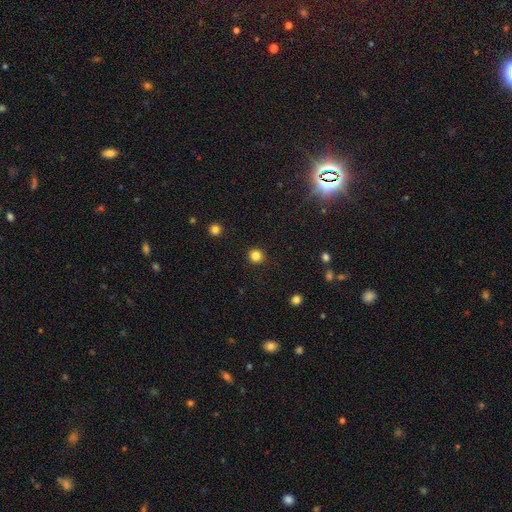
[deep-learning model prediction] Smooth or featured?
  - smooth: 83% *
  - star or artifact: 12%
  - featured or disk: 4%
How rounded?
  - round: 93% *
  - in between: 6%
  - cigar-shaped: 1%
Merging?
  - none: 92% *
  - minor disturbance: 5%
  - major disturbance: 2%
  - merger: 1%